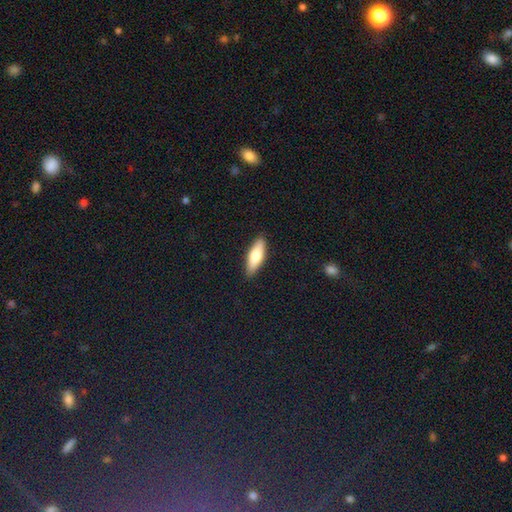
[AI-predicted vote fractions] A smooth galaxy with no disk features (69%) that is in between round and cigar-shaped (55%). Merging: none (88%).